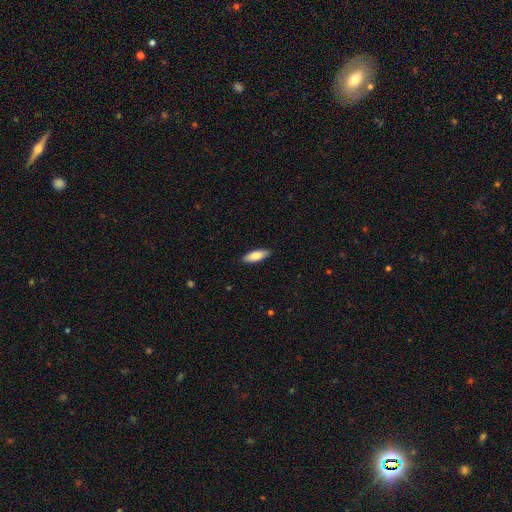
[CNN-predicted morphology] smooth 83%, featured or disk 12%, star or artifact 6%. Down the decision tree: how rounded — in between (64%); merging — none (88%).